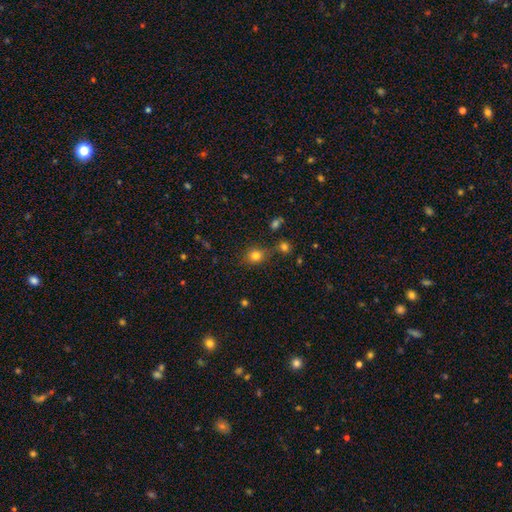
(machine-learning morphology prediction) smooth_or_featured: smooth (p=0.80) [alt: star or artifact p=0.14]
how_rounded: round (p=0.72) [alt: in between p=0.27]
merging: none (p=0.69) [alt: minor disturbance p=0.15]